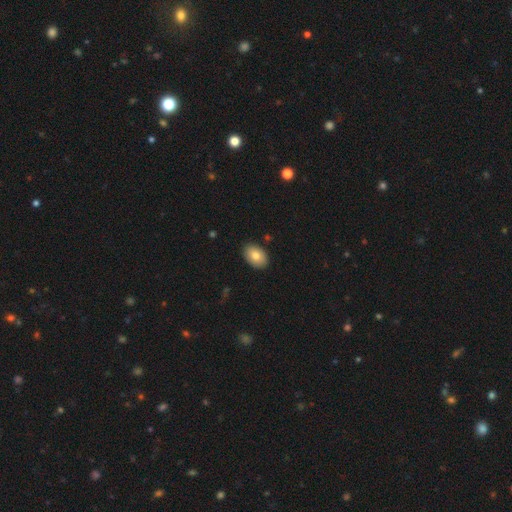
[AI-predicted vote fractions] Smooth or featured? Predicted: smooth (p=0.80). How rounded? Predicted: in between (p=0.88). Merging? Predicted: none (p=0.89).